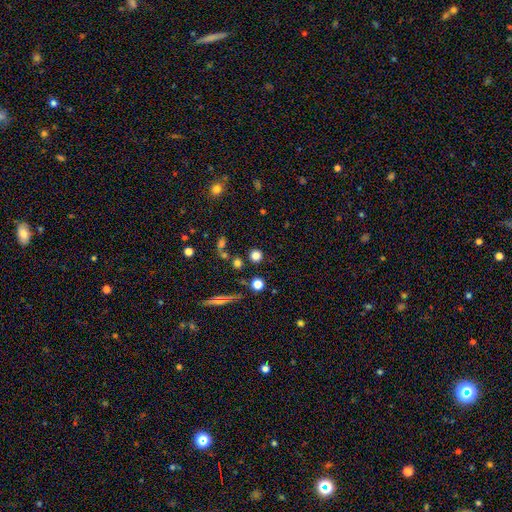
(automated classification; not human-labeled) This appears to be a smooth galaxy with no disk features (77%) that is round (92%). Merging: none (84%).